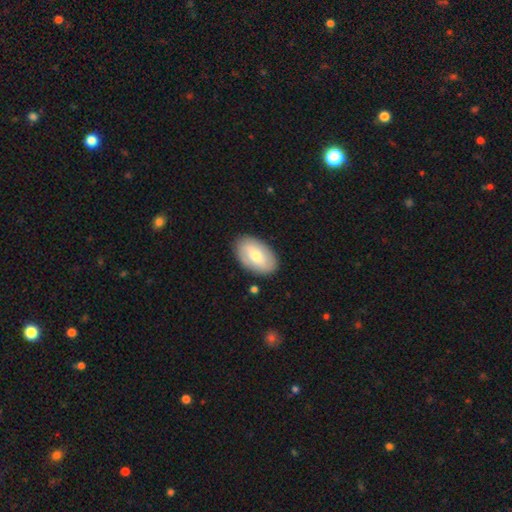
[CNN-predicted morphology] Q: Smooth or featured?
A: smooth (61%); runner-up: featured or disk (33%)
Q: How rounded?
A: in between (92%); runner-up: round (7%)
Q: Merging?
A: none (86%); runner-up: minor disturbance (10%)